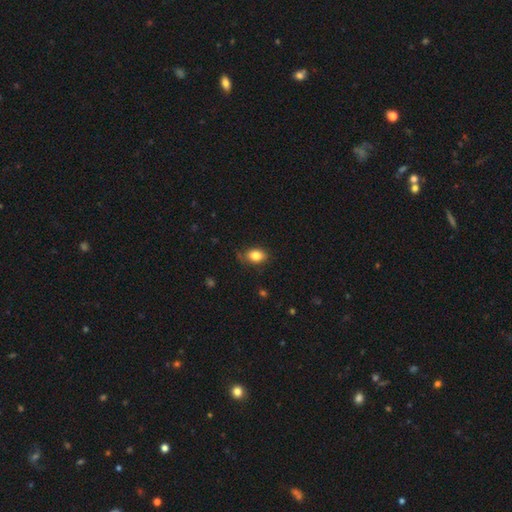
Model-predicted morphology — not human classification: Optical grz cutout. It shows a smooth galaxy with no disk features (82%) that is in between round and cigar-shaped (76%). Merging: none (73%).